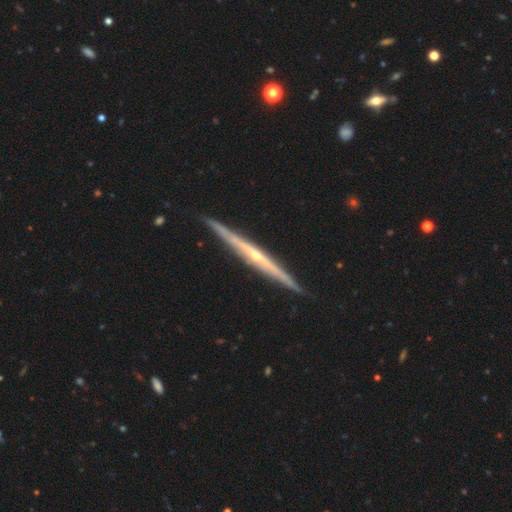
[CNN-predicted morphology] smooth-or-featured: featured or disk: 84% | smooth: 11% | star or artifact: 5%
  disk-edge-on: yes: 98% | no: 2%
    edge-on-bulge: rounded: 71% | none: 26% | boxy: 4%
  merging: none: 90% | minor disturbance: 7% | major disturbance: 1% | merger: 1%